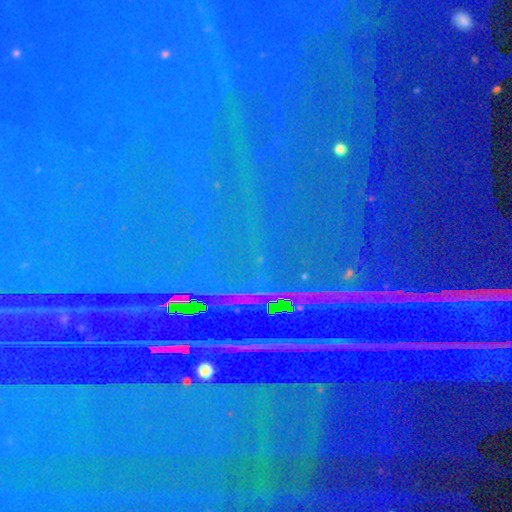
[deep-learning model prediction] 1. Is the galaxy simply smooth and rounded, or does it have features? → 87% star or artifact, 8% featured or disk, 6% smooth.